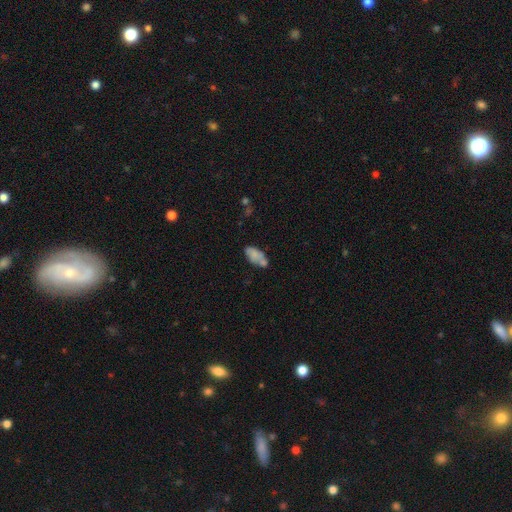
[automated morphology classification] type=smooth (66%); roundness=in between (90%); merging=none (46%).